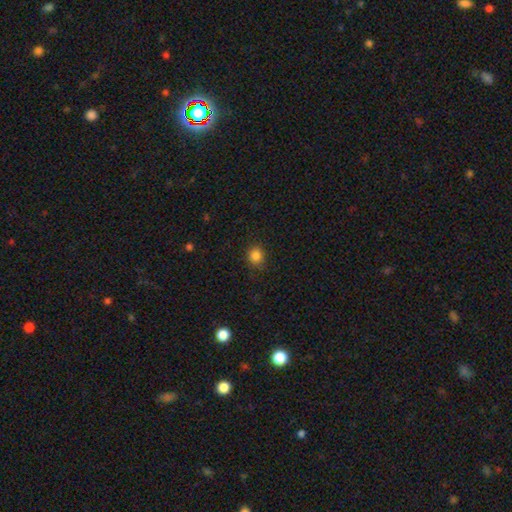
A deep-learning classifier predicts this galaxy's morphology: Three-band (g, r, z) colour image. It shows a smooth galaxy with no disk features (85%) that is round (80%). Merging: none (84%).